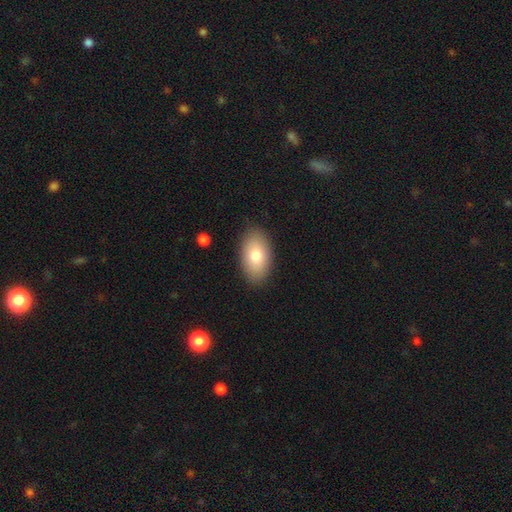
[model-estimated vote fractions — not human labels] Smooth or featured? smooth (79%)
How rounded? in between (93%)
Merging? none (87%)